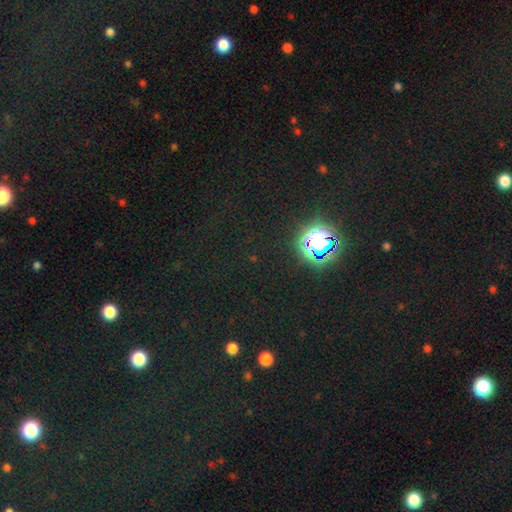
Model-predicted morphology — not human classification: smooth_or_featured: star or artifact (p=0.77) [alt: smooth p=0.15]